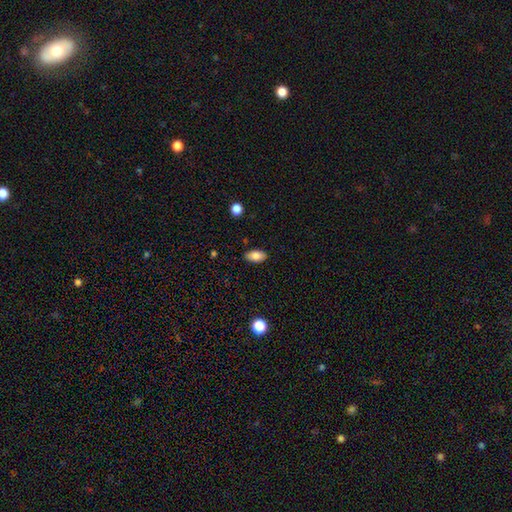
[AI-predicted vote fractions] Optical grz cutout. It shows a smooth galaxy with no disk features (84%) that is in between round and cigar-shaped (92%). Merging: none (86%).